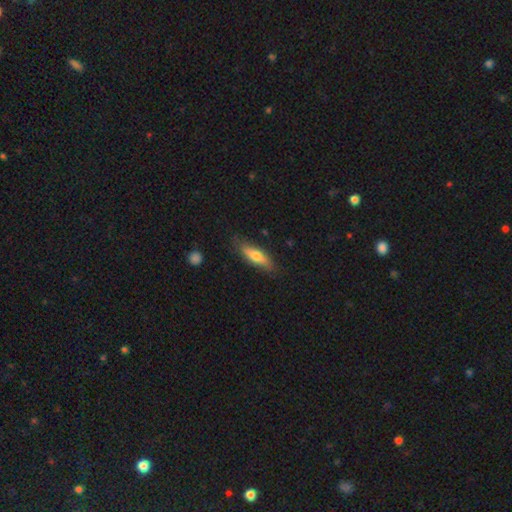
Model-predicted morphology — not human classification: smooth-or-featured: smooth: 66% | featured or disk: 28% | star or artifact: 6%
  how-rounded: cigar-shaped: 54% | in between: 44% | round: 2%
  merging: none: 79% | minor disturbance: 16% | major disturbance: 3% | merger: 1%